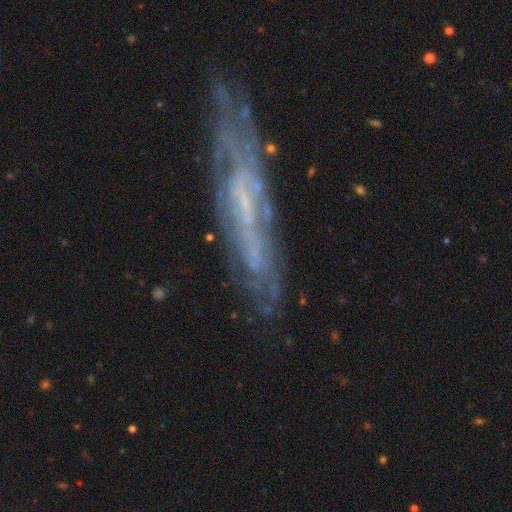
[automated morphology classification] Smooth or featured? featured or disk (74%)
Edge-on disk? no (73%)
Bar? no (40%)
Spiral arms? yes (63%)
Bulge size? none (39%, tied with small)
Merging? none (61%)